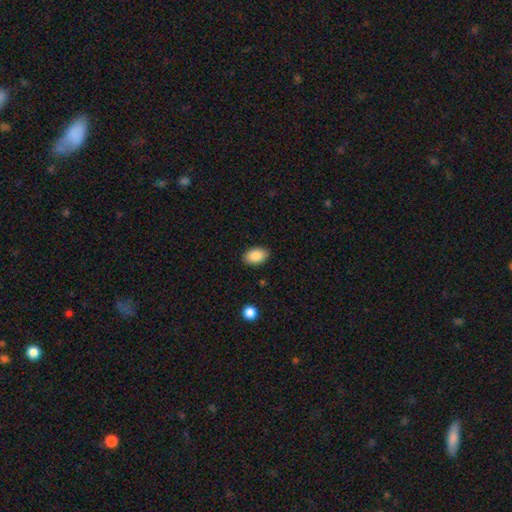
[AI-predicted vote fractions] The model was most divided on "merging": none: 88%, minor disturbance: 9%, major disturbance: 2%, merger: 1%. More confident: how rounded — in between (89%); smooth or featured — smooth (88%).